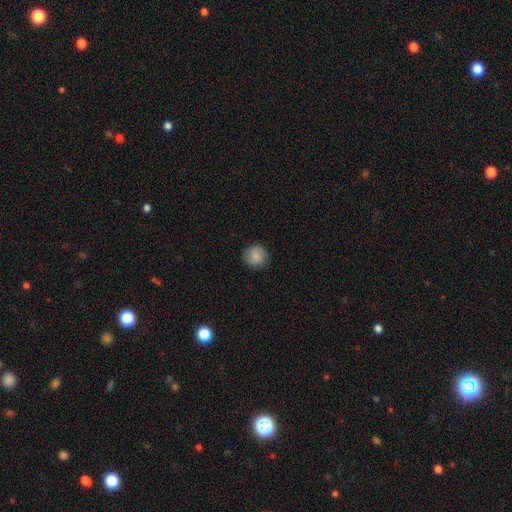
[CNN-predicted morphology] Q: Smooth or featured?
A: smooth (88%); runner-up: star or artifact (8%)
Q: How rounded?
A: round (92%); runner-up: in between (7%)
Q: Merging?
A: none (87%); runner-up: minor disturbance (10%)